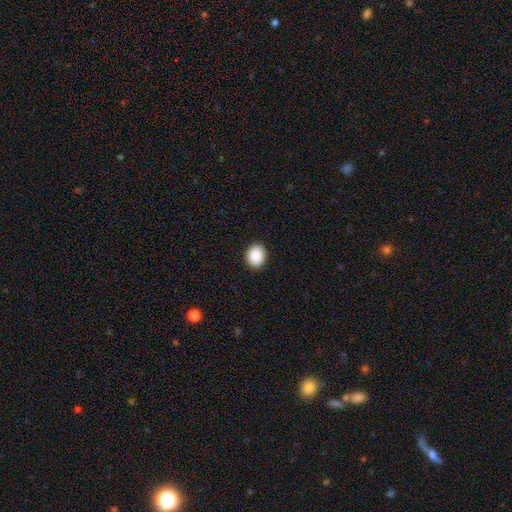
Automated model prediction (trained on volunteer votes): Smooth or featured?
  - smooth: 89% *
  - star or artifact: 8%
  - featured or disk: 3%
How rounded?
  - round: 52% *
  - in between: 48%
  - cigar-shaped: 1%
Merging?
  - none: 90% *
  - minor disturbance: 7%
  - major disturbance: 2%
  - merger: 1%